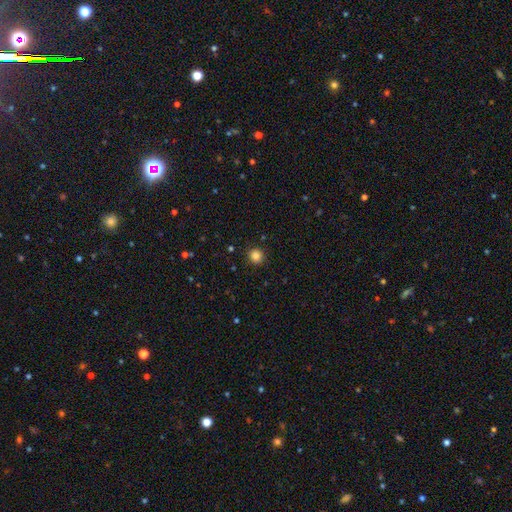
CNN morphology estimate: The model was most divided on "smooth or featured": smooth: 85%, star or artifact: 12%, featured or disk: 4%. More confident: how rounded — round (91%); merging — none (91%).